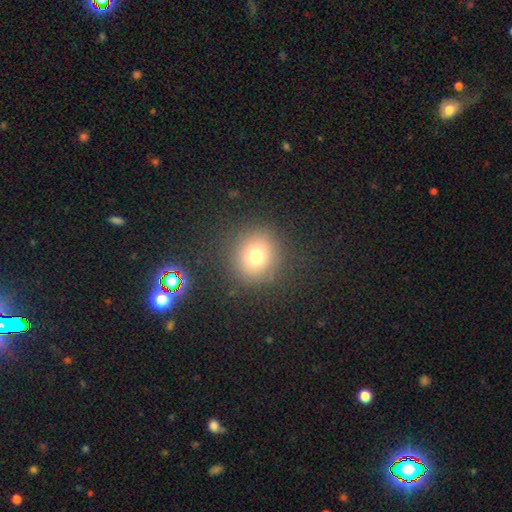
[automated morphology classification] smooth 73%, star or artifact 17%, featured or disk 10%. Down the decision tree: how rounded — round (91%); merging — none (87%).